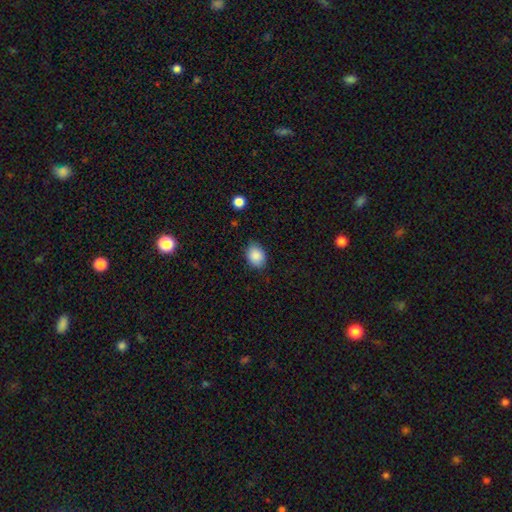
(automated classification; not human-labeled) smooth-or-featured: smooth: 88% | star or artifact: 8% | featured or disk: 4%
  how-rounded: in between: 64% | round: 35% | cigar-shaped: 1%
  merging: none: 82% | minor disturbance: 14% | major disturbance: 3% | merger: 1%